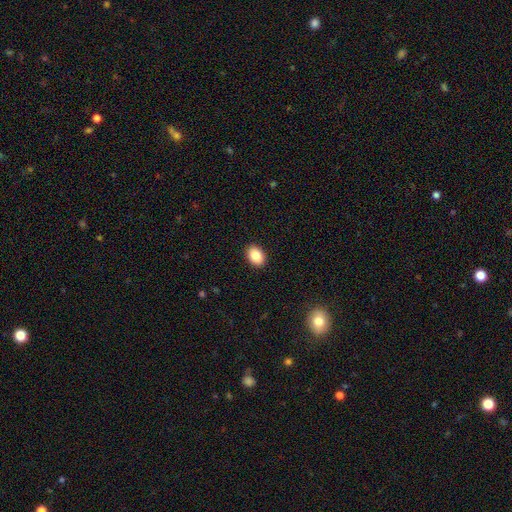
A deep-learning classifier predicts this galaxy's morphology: type=smooth (86%); roundness=in between (77%); merging=none (91%).